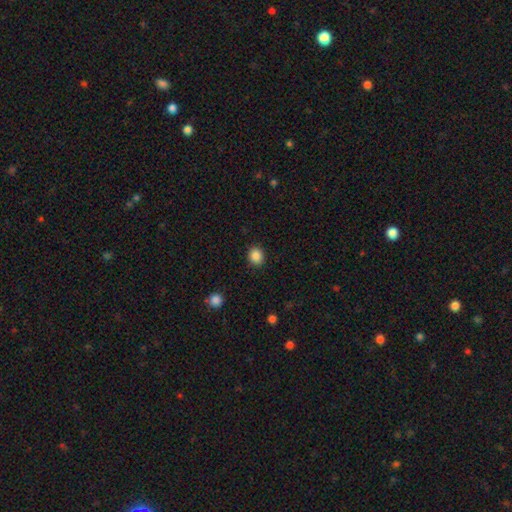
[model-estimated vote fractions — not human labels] smooth-or-featured: smooth: 87% | star or artifact: 10% | featured or disk: 3%
  how-rounded: round: 74% | in between: 25% | cigar-shaped: 1%
  merging: none: 90% | minor disturbance: 6% | major disturbance: 2% | merger: 1%